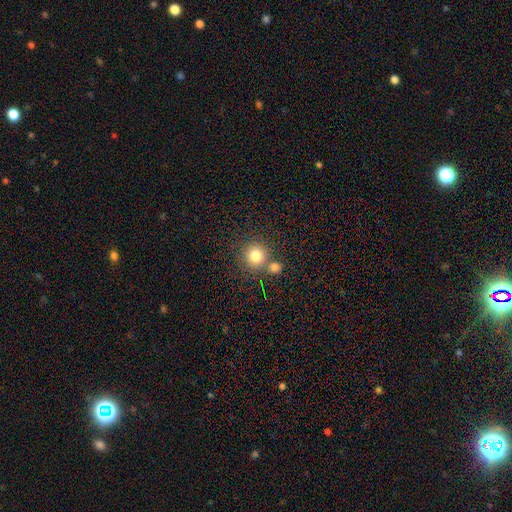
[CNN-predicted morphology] A smooth galaxy with no disk features (81%) that is round (93%).

Vote fractions:
- Smooth or featured? smooth: 81% / star or artifact: 11% / featured or disk: 8%
- How rounded? round: 93% / in between: 7% / cigar-shaped: 1%
- Merging? none: 67% / merger: 23% / minor disturbance: 7% / major disturbance: 3%